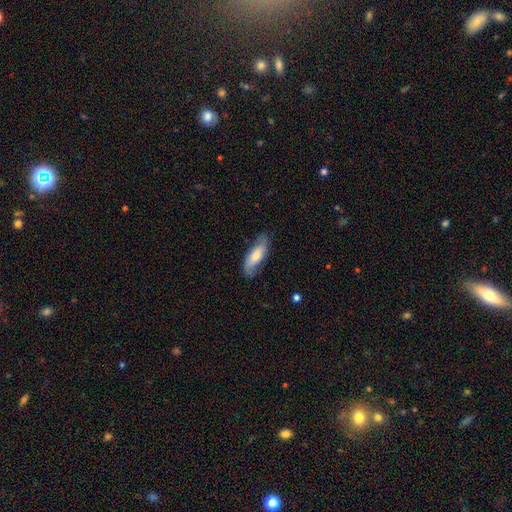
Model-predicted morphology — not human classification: Overall: smooth (59%; featured or disk 35%). How rounded: in between (65%; cigar-shaped 33%). Merging: none (76%).